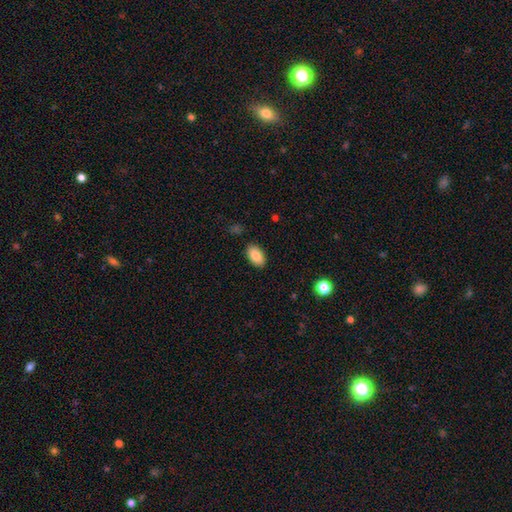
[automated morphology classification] A smooth galaxy with no disk features (86%) that is in between round and cigar-shaped (94%). Merging: none (88%).